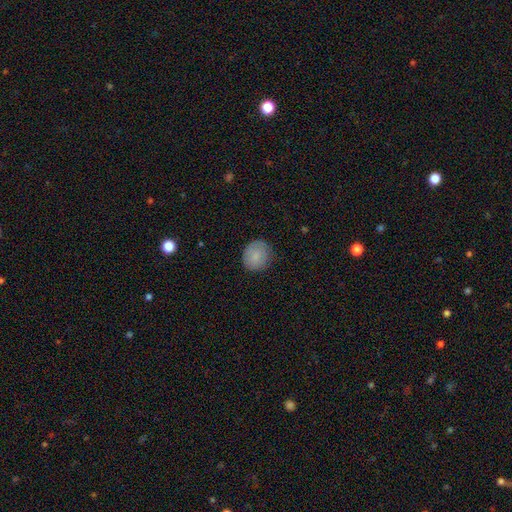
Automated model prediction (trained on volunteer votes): This is clearly a smooth galaxy (84%). How rounded: clearly round (81%). Merging: clearly none (80%).